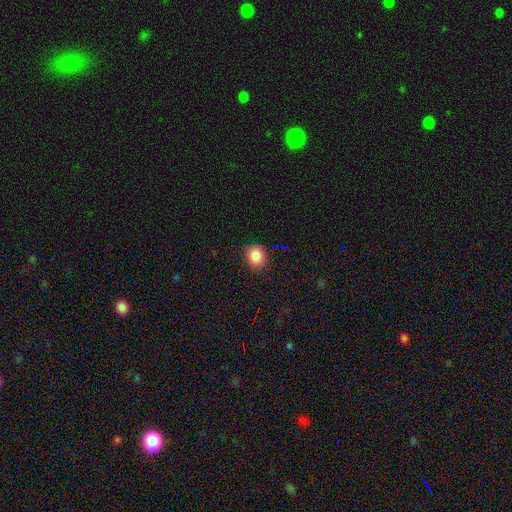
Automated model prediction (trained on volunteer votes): Morphology: type=smooth (85%); roundness=round (67%); merging=none (83%).